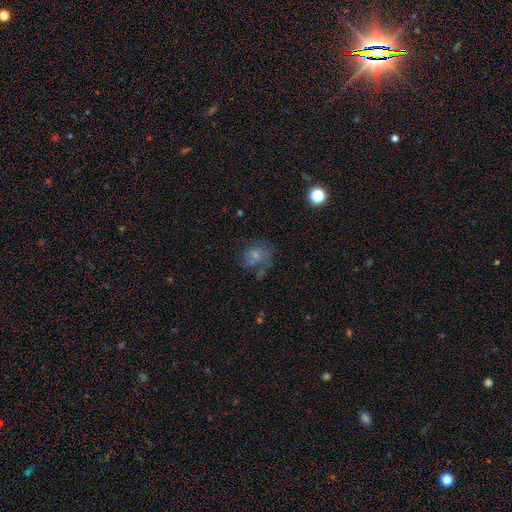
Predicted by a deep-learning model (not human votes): A smooth galaxy with no disk features (53%) that is round (58%).

Vote fractions:
- Smooth or featured? smooth: 53% / featured or disk: 33% / star or artifact: 14%
- How rounded? round: 58% / in between: 41% / cigar-shaped: 1%
- Merging? none: 40% / major disturbance: 24% / minor disturbance: 22% / merger: 14%